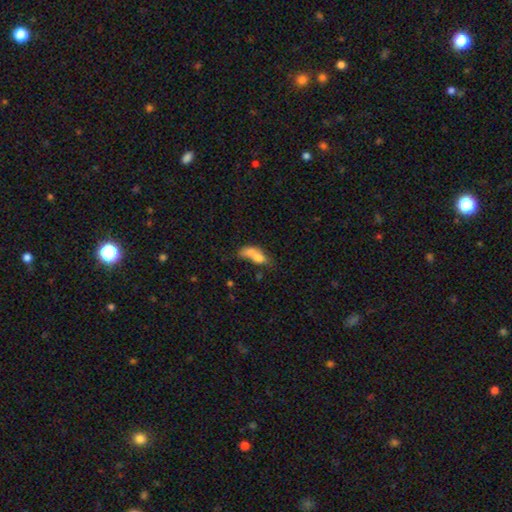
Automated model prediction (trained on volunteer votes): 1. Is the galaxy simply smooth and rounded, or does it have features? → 67% smooth, 23% featured or disk, 10% star or artifact.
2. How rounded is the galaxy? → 72% in between, 14% cigar-shaped, 13% round.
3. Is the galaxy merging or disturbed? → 60% merger, 17% none, 12% major disturbance, 10% minor disturbance.